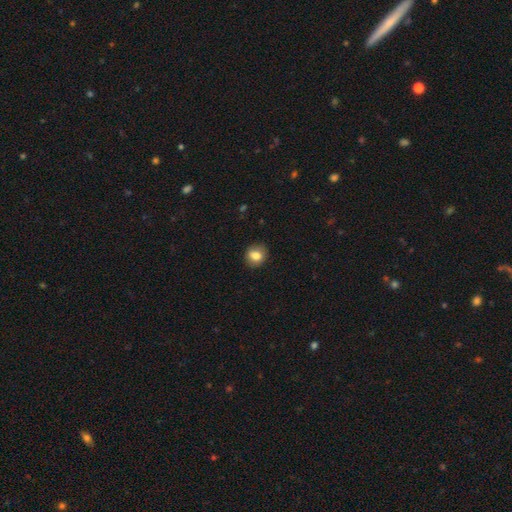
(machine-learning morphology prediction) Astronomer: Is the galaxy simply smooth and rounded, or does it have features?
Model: smooth — 79%.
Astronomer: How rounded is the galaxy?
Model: round — 74%.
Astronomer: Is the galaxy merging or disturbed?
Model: none — 87%.